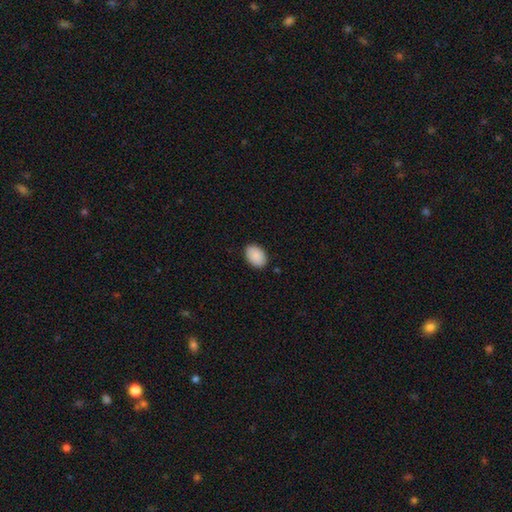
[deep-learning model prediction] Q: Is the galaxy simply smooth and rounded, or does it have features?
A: smooth — 90%.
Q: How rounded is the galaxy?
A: in between — 85%.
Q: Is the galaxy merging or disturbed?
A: none — 88%.